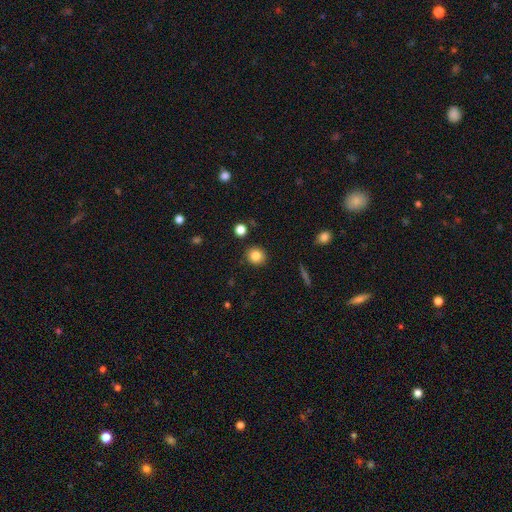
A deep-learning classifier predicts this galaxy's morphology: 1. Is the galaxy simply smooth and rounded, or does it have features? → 83% smooth, 10% star or artifact, 7% featured or disk.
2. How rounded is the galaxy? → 91% round, 8% in between, 1% cigar-shaped.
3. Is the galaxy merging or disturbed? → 91% none, 6% minor disturbance, 2% merger, 2% major disturbance.